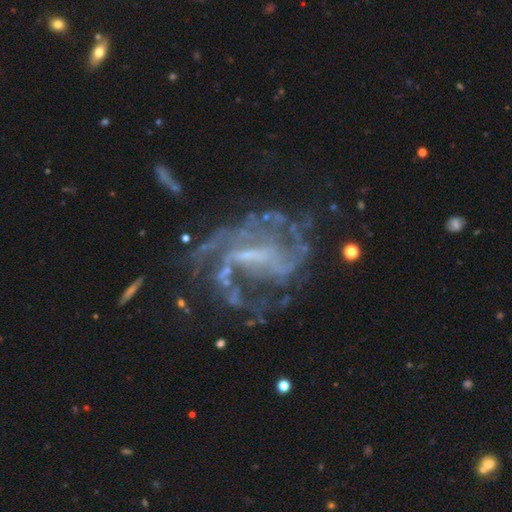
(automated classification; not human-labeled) Smooth or featured? featured or disk (83%)
Edge-on disk? no (97%)
Bar? weak (42%)
Spiral arms? yes (84%)
Spiral winding? medium (44%)
Spiral arm count? can't tell (39%)
Bulge size? none (42%)
Merging? none (47%)